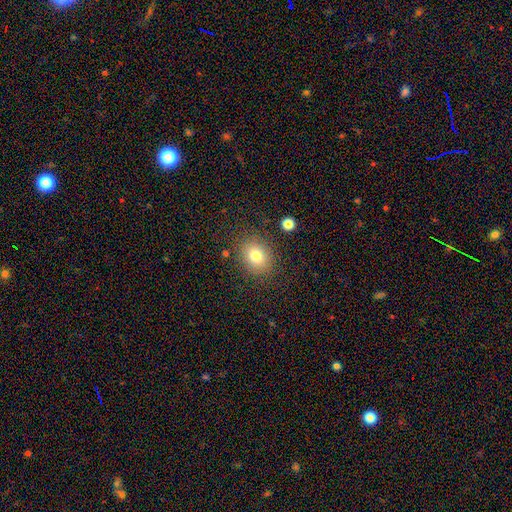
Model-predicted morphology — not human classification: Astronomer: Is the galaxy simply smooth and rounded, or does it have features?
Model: smooth — 78%.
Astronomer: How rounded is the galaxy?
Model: round — 54% (runner-up: in between, 45%).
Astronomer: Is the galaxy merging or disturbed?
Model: none — 82%.